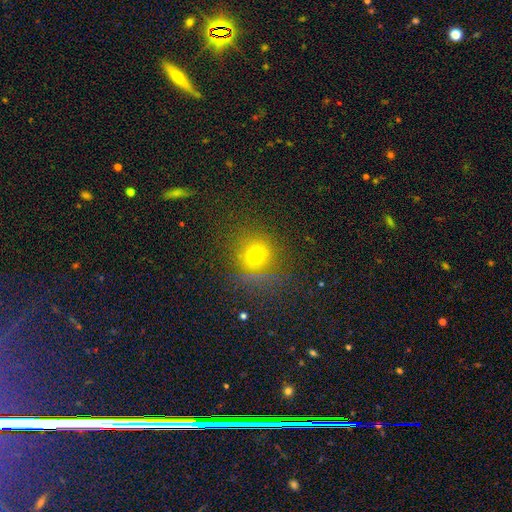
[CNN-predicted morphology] Overall: smooth (67%). How rounded: round (85%). Merging: none (80%).